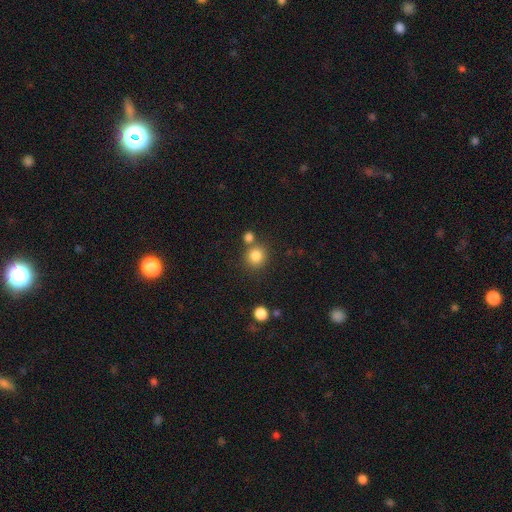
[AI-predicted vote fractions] Smooth or featured? Predicted: smooth (p=0.83). How rounded? Predicted: round (p=0.90). Merging? Predicted: none (p=0.73).